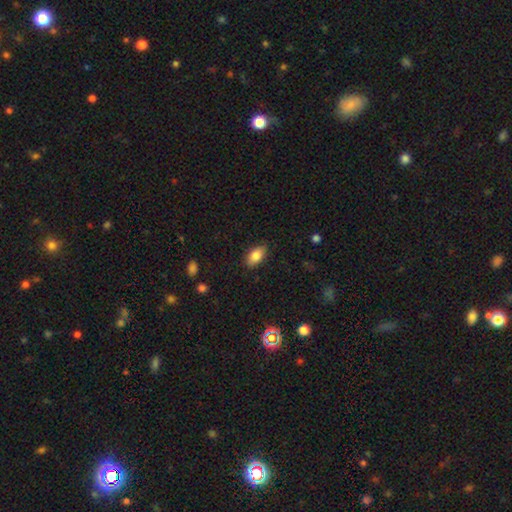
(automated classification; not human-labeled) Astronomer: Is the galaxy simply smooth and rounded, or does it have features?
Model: smooth — 82%.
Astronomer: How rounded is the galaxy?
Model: in between — 91%.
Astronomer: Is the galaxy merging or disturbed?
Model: none — 84%.